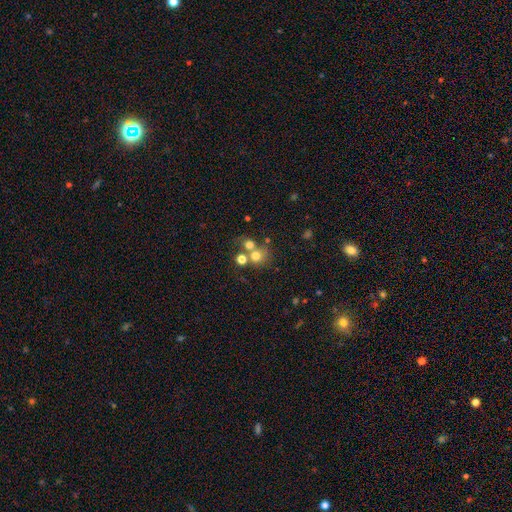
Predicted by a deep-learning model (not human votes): Smooth or featured: smooth — 69% (star or artifact — 16%)
How rounded: round — 85% (in between — 14%)
Merging: none — 45% (merger — 42%)